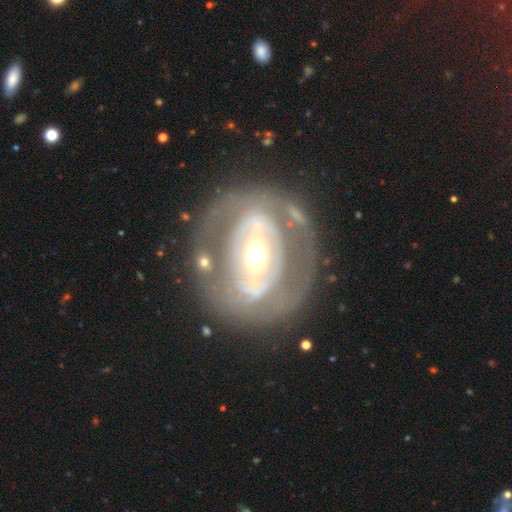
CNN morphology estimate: Q: Smooth or featured?
A: featured or disk (76%); runner-up: smooth (18%)
Q: Edge-on disk?
A: no (94%); runner-up: yes (6%)
Q: Bar?
A: strong (38%); runner-up: no (33%)
Q: Spiral arms?
A: no (60%); runner-up: yes (40%)
Q: Bulge size?
A: moderate (60%); runner-up: small (26%)
Q: Merging?
A: none (72%); runner-up: minor disturbance (15%)